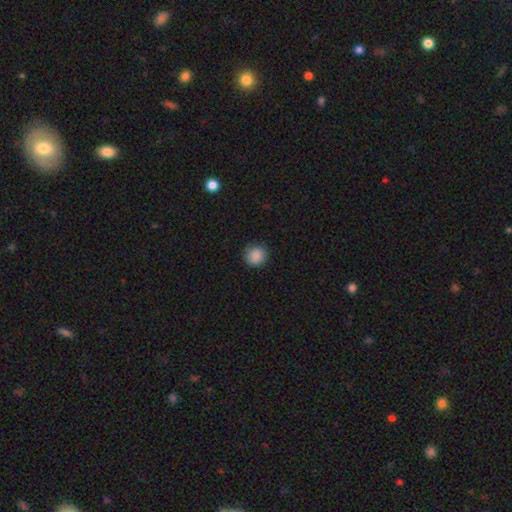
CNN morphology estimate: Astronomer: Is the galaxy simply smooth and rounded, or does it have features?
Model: smooth — 89%.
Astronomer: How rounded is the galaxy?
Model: round — 93%.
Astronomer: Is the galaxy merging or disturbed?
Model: none — 89%.